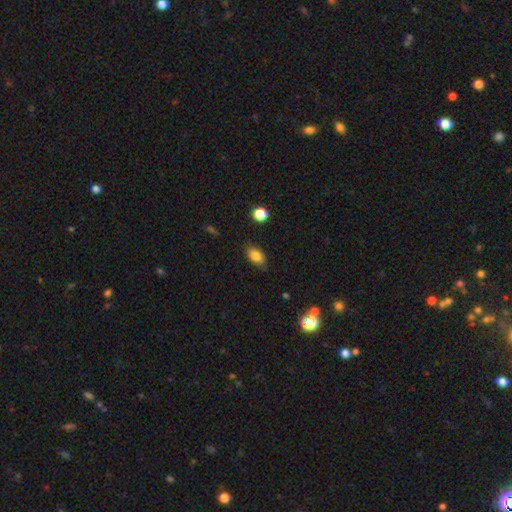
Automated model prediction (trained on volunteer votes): Smooth or featured? smooth (83%)
How rounded? in between (87%)
Merging? none (82%)